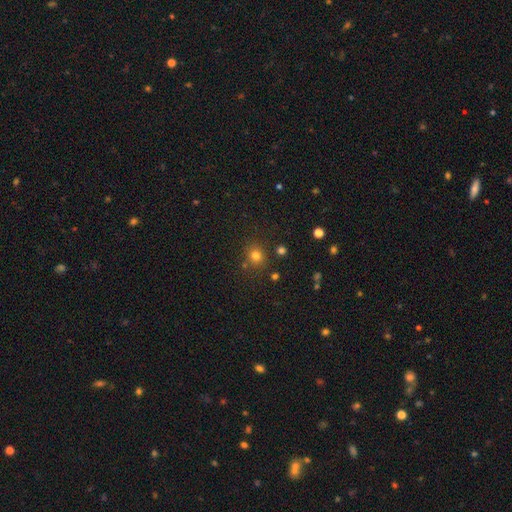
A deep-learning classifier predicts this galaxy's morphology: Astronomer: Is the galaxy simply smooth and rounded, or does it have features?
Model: smooth — 76%.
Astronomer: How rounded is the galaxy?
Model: round — 87%.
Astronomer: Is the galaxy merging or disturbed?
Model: none — 83%.